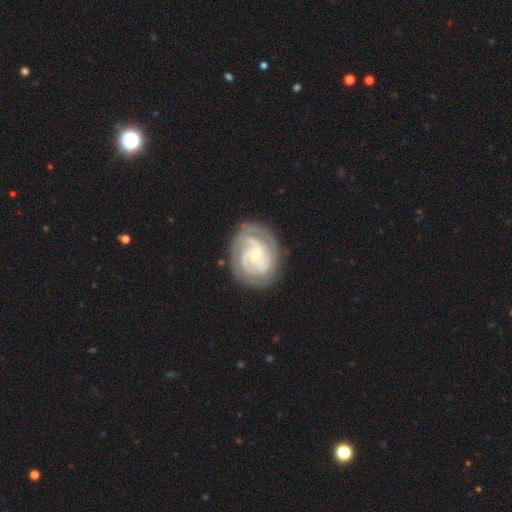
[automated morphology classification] smooth-or-featured: featured or disk: 86% | smooth: 10% | star or artifact: 5%
  disk-edge-on: no: 98% | yes: 2%
    bar: no: 63% | weak: 28% | strong: 8%
    has-spiral-arms: yes: 96% | no: 4%
      spiral-winding: tight: 70% | medium: 25% | loose: 5%
      spiral-arm-count: 2: 33% | 3: 27% | can't tell: 23% | 4: 7% | 1: 5% | more than 4: 5%
    bulge-size: small: 70% | moderate: 26% | large: 2% | none: 1% | dominant: 1%
  merging: none: 77% | minor disturbance: 15% | major disturbance: 7% | merger: 1%